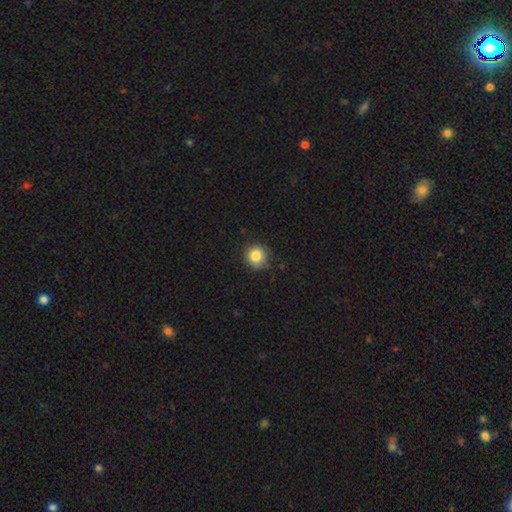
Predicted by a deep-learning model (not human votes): A smooth galaxy with no disk features (84%) that is round (93%).

Vote fractions:
- Smooth or featured? smooth: 84% / star or artifact: 10% / featured or disk: 6%
- How rounded? round: 93% / in between: 6% / cigar-shaped: 1%
- Merging? none: 84% / minor disturbance: 12% / major disturbance: 2% / merger: 1%